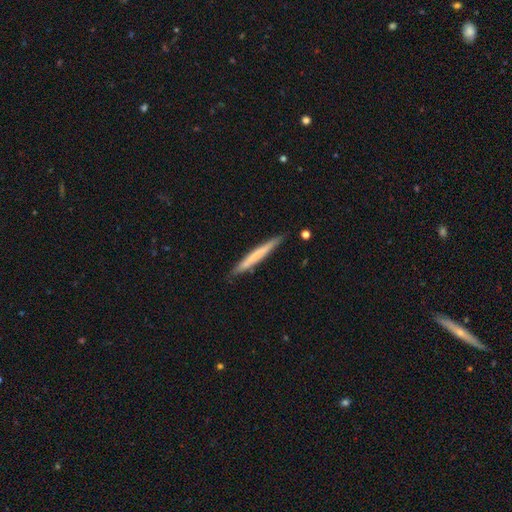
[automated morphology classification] Smooth or featured: smooth — 59% (featured or disk — 35%)
How rounded: cigar-shaped — 97% (in between — 2%)
Merging: none — 87% (minor disturbance — 9%)